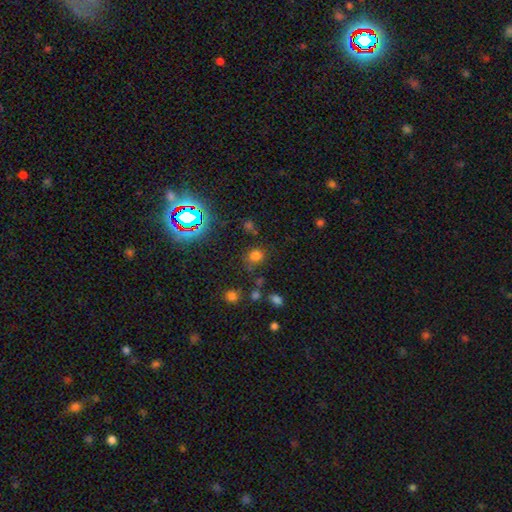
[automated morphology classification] smooth-or-featured: smooth: 67% | star or artifact: 26% | featured or disk: 7%
  how-rounded: round: 74% | in between: 25% | cigar-shaped: 1%
  merging: none: 71% | minor disturbance: 14% | merger: 8% | major disturbance: 7%